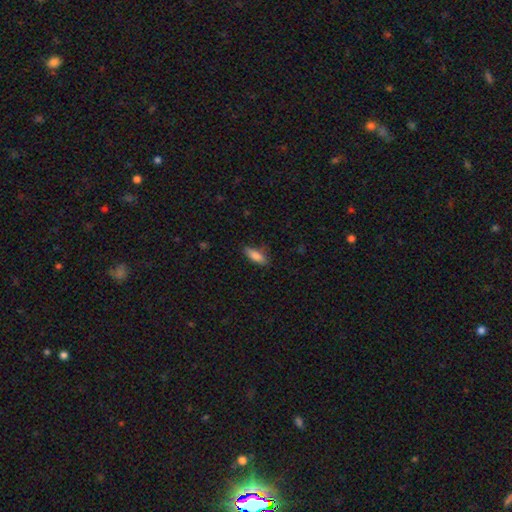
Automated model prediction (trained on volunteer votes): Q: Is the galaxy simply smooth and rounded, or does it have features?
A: smooth — 83%.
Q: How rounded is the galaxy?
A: in between — 63%.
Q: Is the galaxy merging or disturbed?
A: none — 81%.